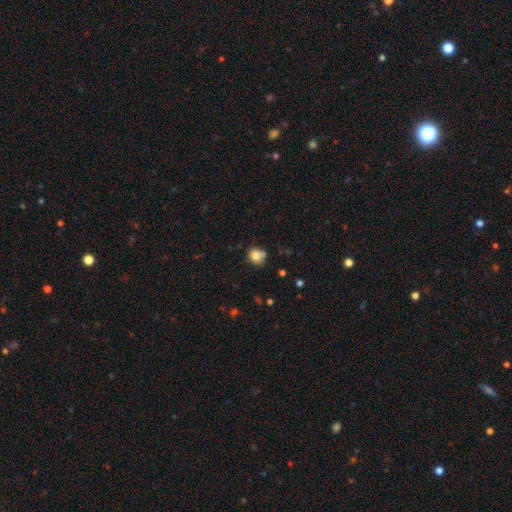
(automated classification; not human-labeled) Smooth or featured? Predicted: smooth (p=0.80). How rounded? Predicted: round (p=0.78). Merging? Predicted: none (p=0.66).